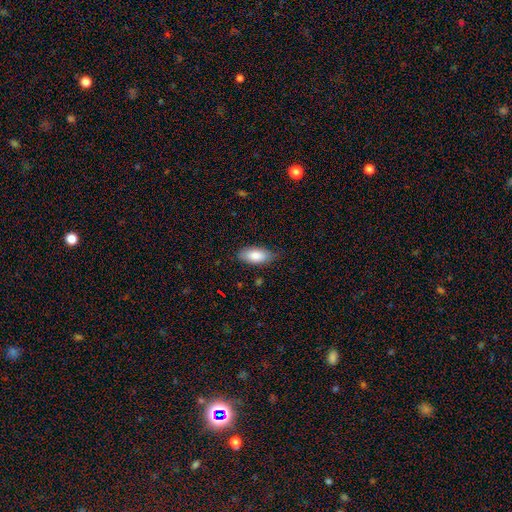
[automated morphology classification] type=smooth (85%); roundness=in between (90%); merging=none (76%).